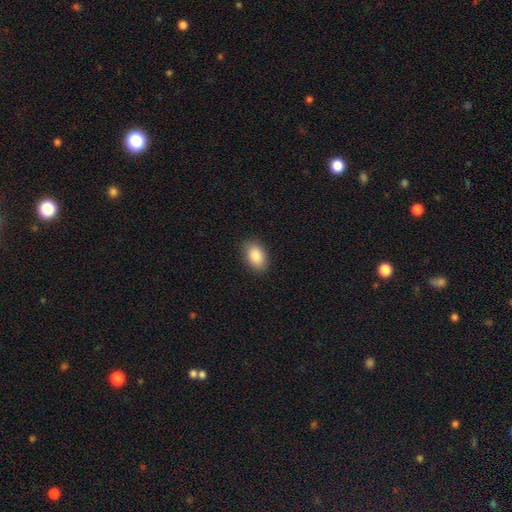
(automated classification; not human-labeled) Morphology: type=smooth (87%); roundness=in between (89%); merging=none (86%).